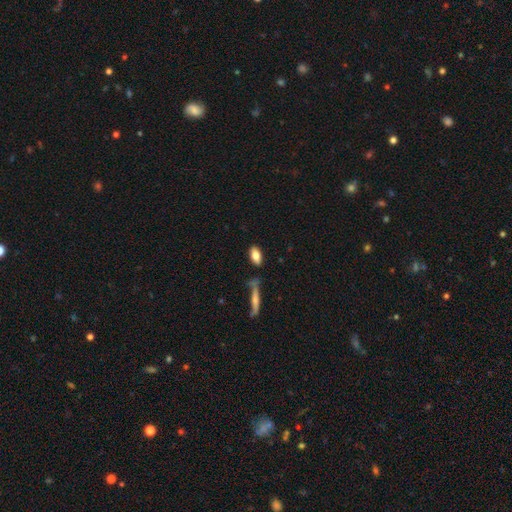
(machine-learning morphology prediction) This is likely a smooth galaxy (77%). How rounded: clearly in between (83%). Merging: likely none (78%).